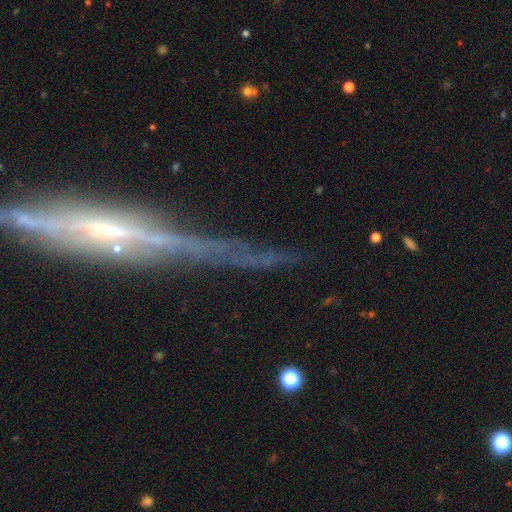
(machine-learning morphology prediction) Smooth or featured? featured or disk (62%)
Edge-on disk? yes (81%)
Merging? none (60%)